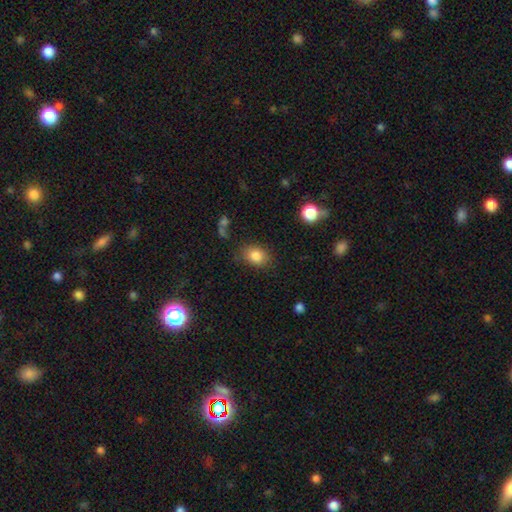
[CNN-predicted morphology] smooth-or-featured: smooth: 84% | star or artifact: 10% | featured or disk: 6%
  how-rounded: in between: 60% | round: 39% | cigar-shaped: 1%
  merging: none: 78% | minor disturbance: 15% | major disturbance: 4% | merger: 2%